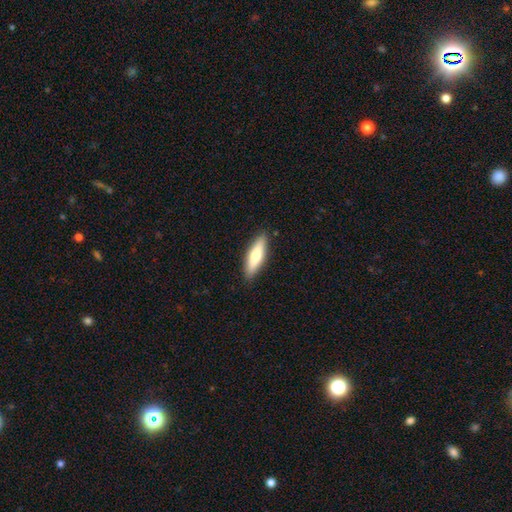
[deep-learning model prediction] Overall: smooth (64%; featured or disk 31%). How rounded: cigar-shaped (60%; in between 39%). Merging: none (88%).